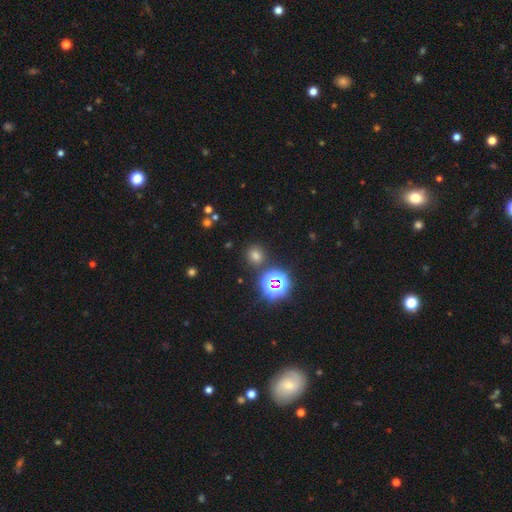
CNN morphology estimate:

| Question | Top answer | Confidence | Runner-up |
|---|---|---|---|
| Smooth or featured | smooth | 64% | star or artifact (30%) |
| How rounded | round | 86% | in between (13%) |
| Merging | none | 85% | minor disturbance (7%) |